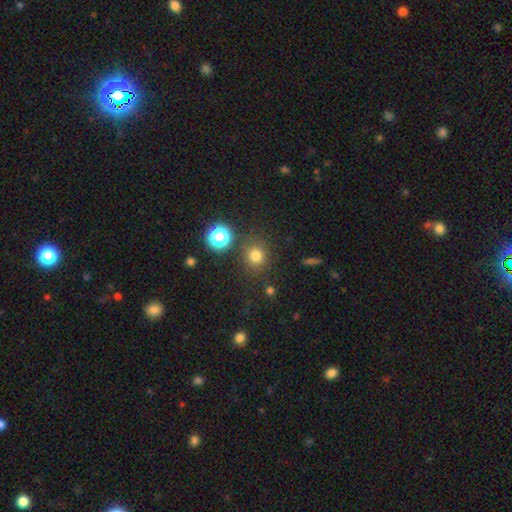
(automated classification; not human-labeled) Overall: smooth (75%). How rounded: round (86%). Merging: none (83%).